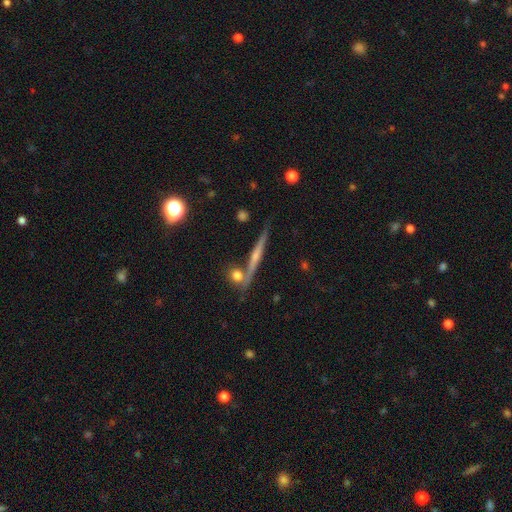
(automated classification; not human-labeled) The model was most divided on "edge-on bulge": rounded: 59%, none: 30%, boxy: 10%. More confident: edge-on disk — yes (97%); merging — none (78%); smooth or featured — featured or disk (66%).